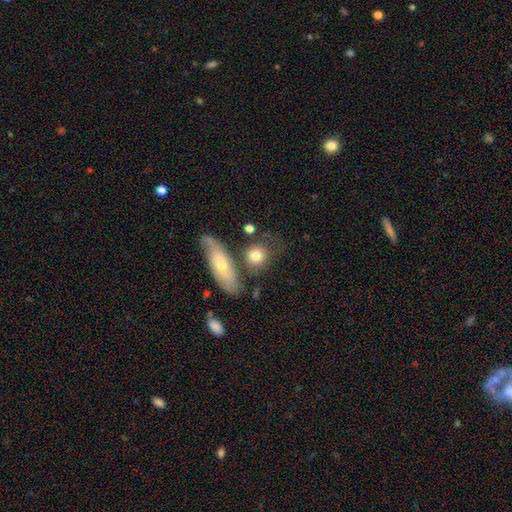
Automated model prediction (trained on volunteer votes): Smooth or featured?
  - smooth: 77% *
  - featured or disk: 16%
  - star or artifact: 7%
How rounded?
  - round: 73% *
  - in between: 22%
  - cigar-shaped: 5%
Merging?
  - none: 55% *
  - merger: 23%
  - minor disturbance: 15%
  - major disturbance: 7%